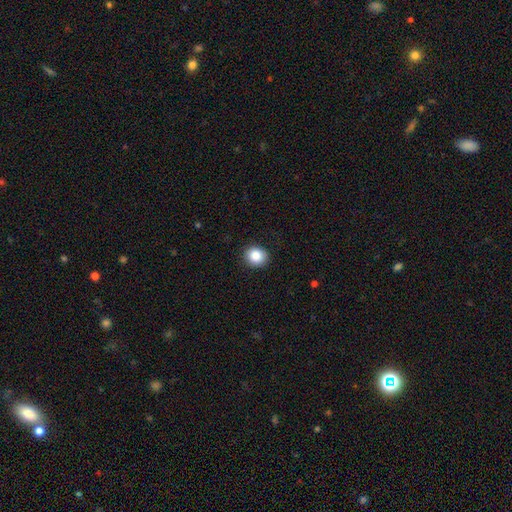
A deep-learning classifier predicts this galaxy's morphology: A smooth galaxy with no disk features (87%) that is round (80%). Merging: none (88%).